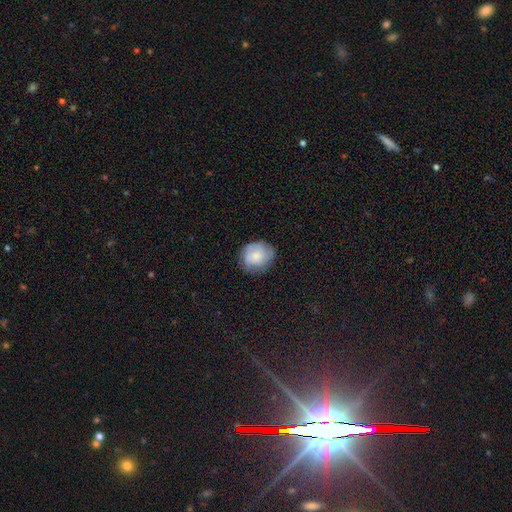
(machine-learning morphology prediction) Smooth or featured?
  - smooth: 68% *
  - featured or disk: 25%
  - star or artifact: 7%
How rounded?
  - round: 74% *
  - in between: 25%
  - cigar-shaped: 1%
Merging?
  - none: 72% *
  - minor disturbance: 21%
  - major disturbance: 6%
  - merger: 1%